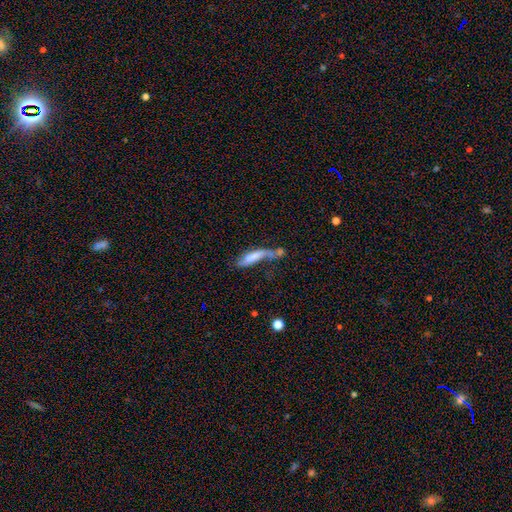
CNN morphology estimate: This appears to be a smooth galaxy with no disk features (56%) that is cigar-shaped (74%). Merging: merger (32%).